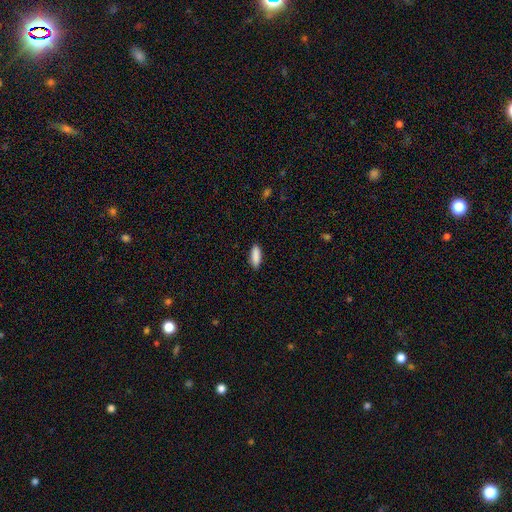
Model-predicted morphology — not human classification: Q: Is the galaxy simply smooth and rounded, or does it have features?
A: smooth — 89%.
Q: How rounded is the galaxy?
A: in between — 59%.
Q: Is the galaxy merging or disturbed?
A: none — 88%.